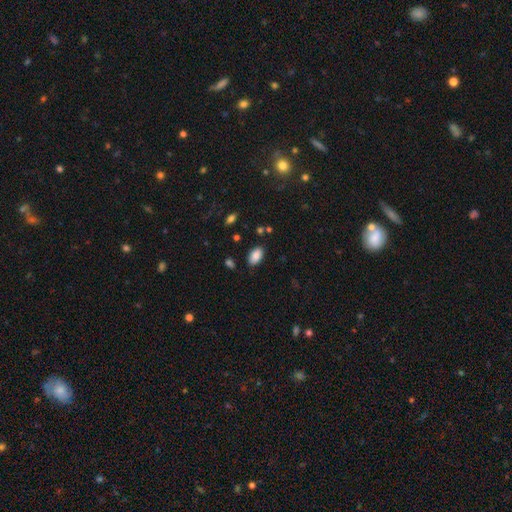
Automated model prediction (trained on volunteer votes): The model was most divided on "merging": none: 83%, minor disturbance: 12%, major disturbance: 3%, merger: 2%. More confident: how rounded — in between (93%); smooth or featured — smooth (87%).